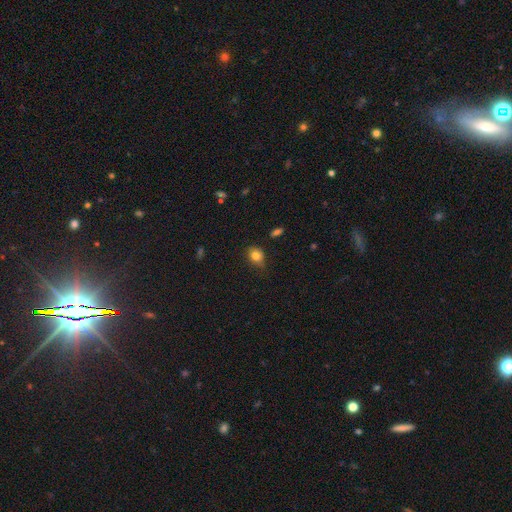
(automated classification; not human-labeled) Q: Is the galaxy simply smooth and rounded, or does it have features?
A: smooth — 81%.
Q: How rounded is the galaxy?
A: round — 49%, tied with in between.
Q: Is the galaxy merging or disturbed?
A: none — 66%.